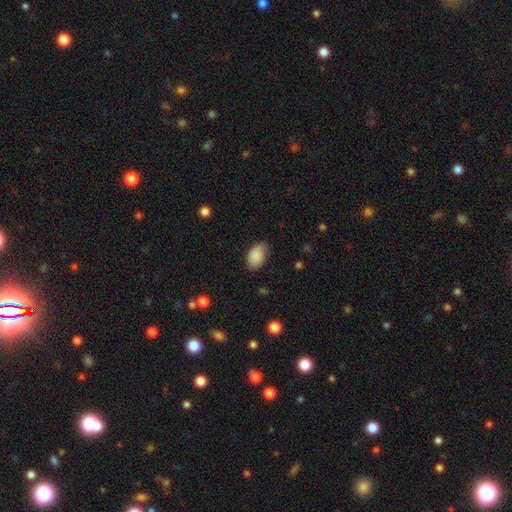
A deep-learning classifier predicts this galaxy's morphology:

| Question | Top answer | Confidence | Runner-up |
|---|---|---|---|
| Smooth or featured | smooth | 87% | star or artifact (7%) |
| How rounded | in between | 87% | round (12%) |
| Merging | none | 67% | minor disturbance (27%) |